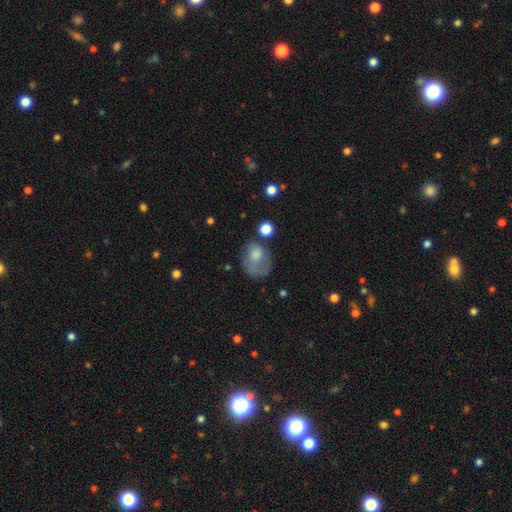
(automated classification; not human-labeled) A smooth galaxy with no disk features (68%) that is in between round and cigar-shaped (52%). Merging: none (35%).